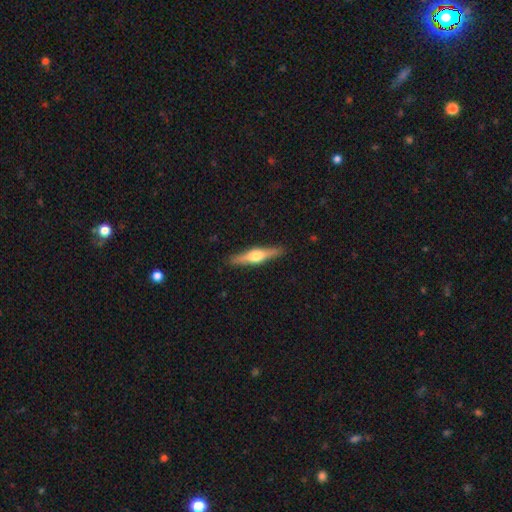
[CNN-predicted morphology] smooth_or_featured: featured or disk (p=0.64) [alt: smooth p=0.30]
disk_edge_on: yes (p=0.97) [alt: no p=0.03]
edge_on_bulge: rounded (p=0.94) [alt: boxy p=0.04]
merging: none (p=0.91) [alt: minor disturbance p=0.07]